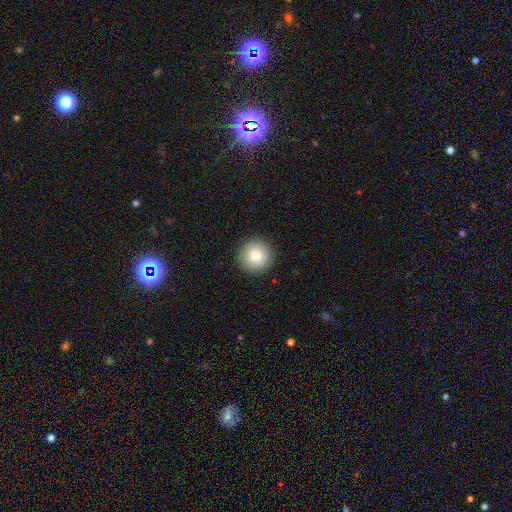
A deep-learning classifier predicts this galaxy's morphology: type=smooth (81%); roundness=round (96%); merging=none (92%).